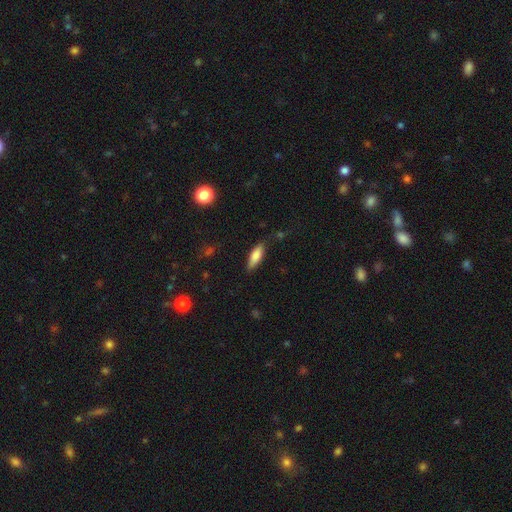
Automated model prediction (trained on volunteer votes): This appears to be a smooth galaxy with no disk features (81%) that is in between round and cigar-shaped (60%). Merging: none (80%).